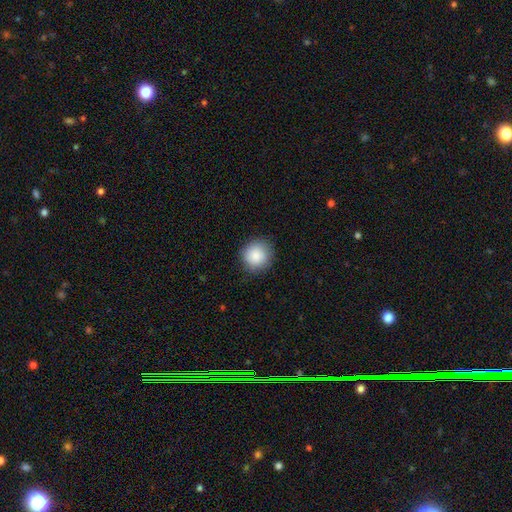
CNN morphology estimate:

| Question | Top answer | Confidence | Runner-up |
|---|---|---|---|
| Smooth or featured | smooth | 88% | star or artifact (8%) |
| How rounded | round | 92% | in between (7%) |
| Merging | none | 87% | minor disturbance (9%) |